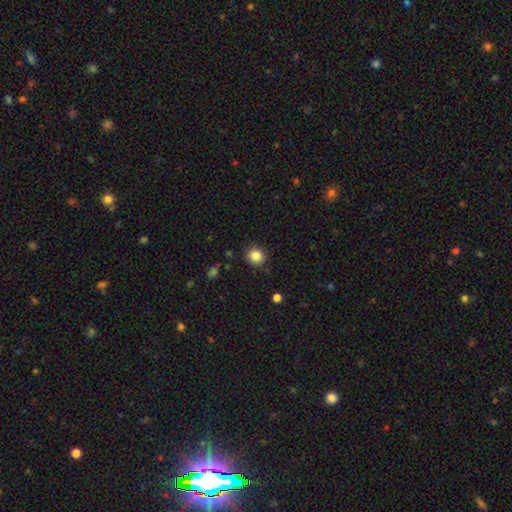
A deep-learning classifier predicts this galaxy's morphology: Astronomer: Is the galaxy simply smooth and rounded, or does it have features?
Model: smooth — 85%.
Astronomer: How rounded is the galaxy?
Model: round — 91%.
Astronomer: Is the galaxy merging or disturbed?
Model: none — 89%.